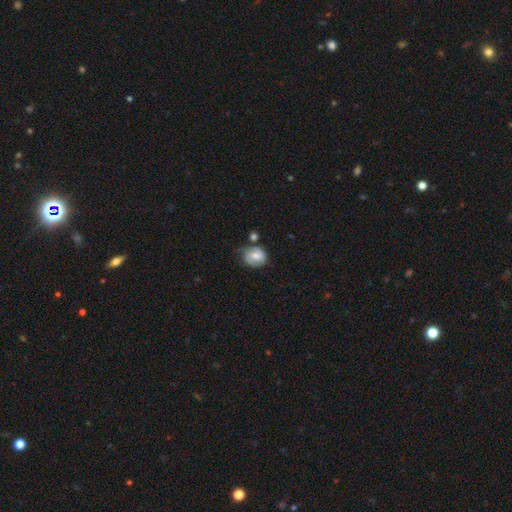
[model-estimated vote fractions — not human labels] Overall: smooth (57%; featured or disk 34%). How rounded: round (59%; in between 40%). Merging: none (48%; minor disturbance 30%).